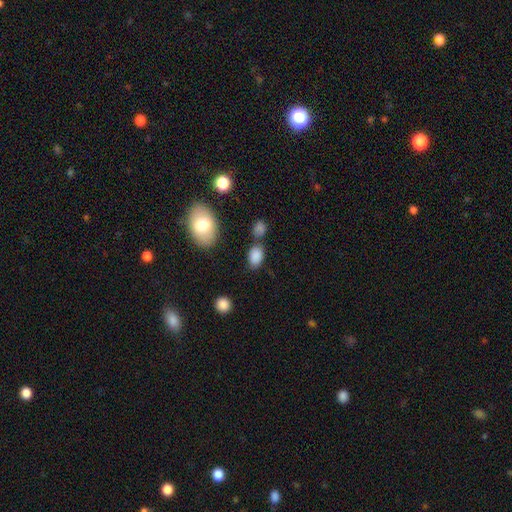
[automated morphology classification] Overall: smooth (86%). How rounded: in between (87%). Merging: none (69%).